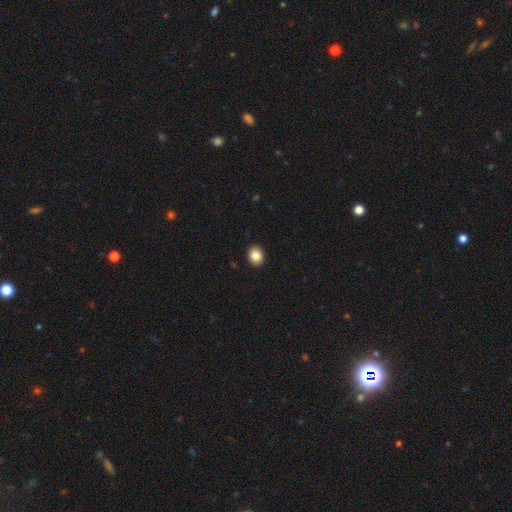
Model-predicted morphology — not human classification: smooth_or_featured: smooth (p=0.86) [alt: star or artifact p=0.09]
how_rounded: round (p=0.59) [alt: in between p=0.40]
merging: none (p=0.92) [alt: minor disturbance p=0.05]